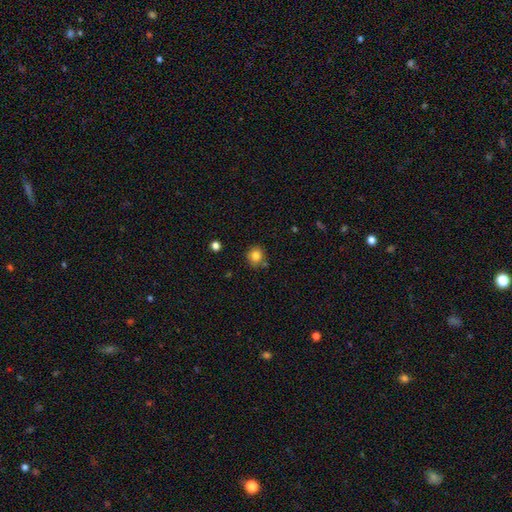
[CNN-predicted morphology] type=smooth (82%); roundness=round (89%); merging=none (80%).